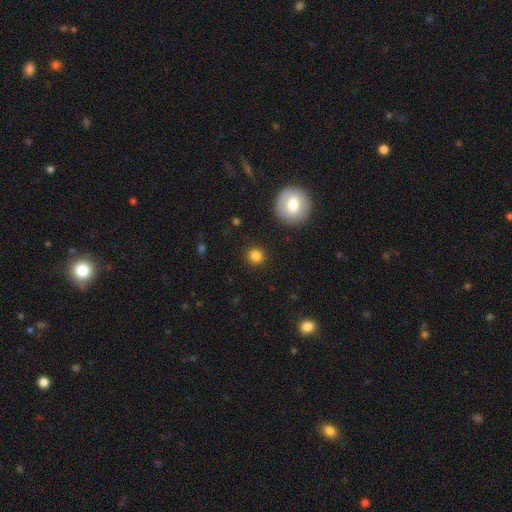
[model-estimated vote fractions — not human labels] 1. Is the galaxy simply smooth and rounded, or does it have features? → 83% smooth, 11% star or artifact, 5% featured or disk.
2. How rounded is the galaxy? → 90% round, 9% in between, 1% cigar-shaped.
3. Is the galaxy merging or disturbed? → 90% none, 6% minor disturbance, 2% major disturbance, 2% merger.